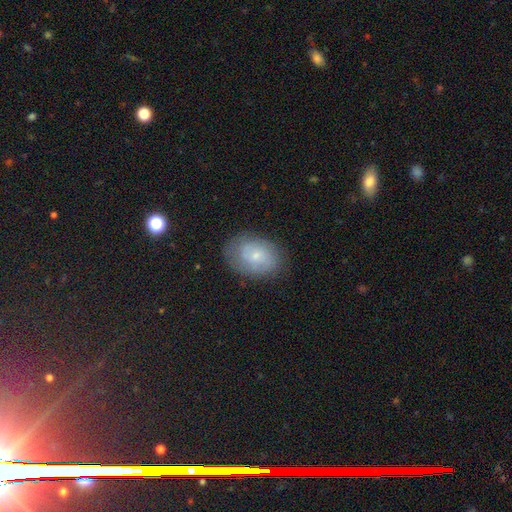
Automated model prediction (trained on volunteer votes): Q: Smooth or featured?
A: featured or disk (48%); runner-up: smooth (44%)
Q: Merging?
A: none (76%); runner-up: minor disturbance (17%)